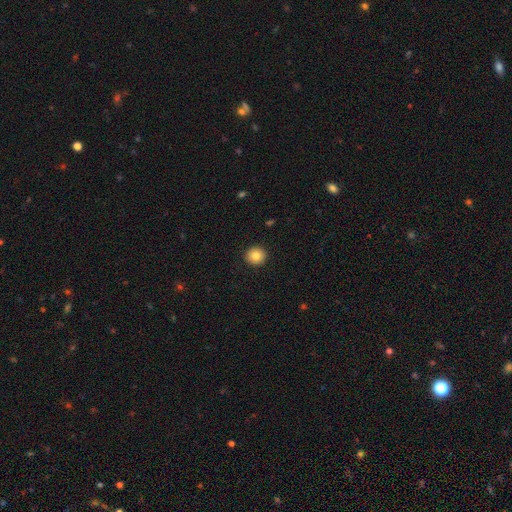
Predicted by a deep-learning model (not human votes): A smooth galaxy with no disk features (84%) that is round (92%).

Vote fractions:
- Smooth or featured? smooth: 84% / star or artifact: 9% / featured or disk: 7%
- How rounded? round: 92% / in between: 7% / cigar-shaped: 1%
- Merging? none: 93% / minor disturbance: 5% / major disturbance: 2% / merger: 1%